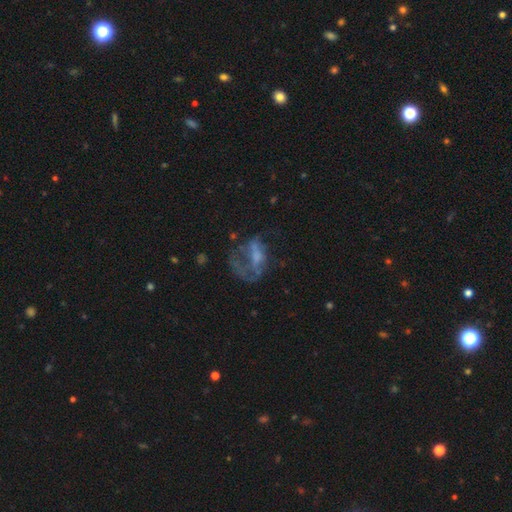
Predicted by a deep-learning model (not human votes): Q: Smooth or featured?
A: featured or disk (56%); runner-up: smooth (28%)
Q: Edge-on disk?
A: no (96%); runner-up: yes (4%)
Q: Bar?
A: no (67%); runner-up: weak (25%)
Q: Spiral arms?
A: no (66%); runner-up: yes (34%)
Q: Bulge size?
A: none (42%); runner-up: moderate (25%)
Q: Merging?
A: major disturbance (48%); runner-up: none (31%)